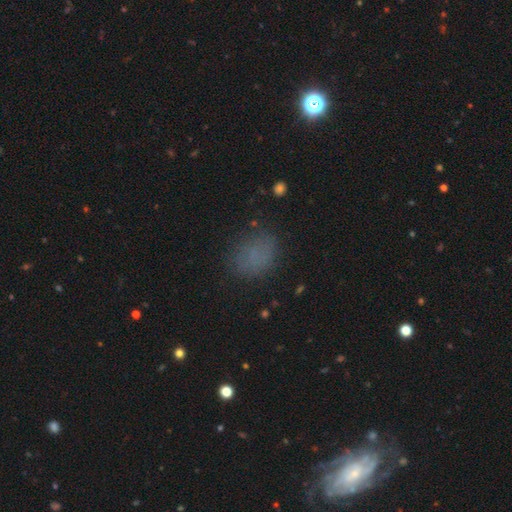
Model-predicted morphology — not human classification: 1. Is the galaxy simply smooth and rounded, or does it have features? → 72% smooth, 20% star or artifact, 8% featured or disk.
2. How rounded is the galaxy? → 51% in between, 47% round, 1% cigar-shaped.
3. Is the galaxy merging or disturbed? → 75% none, 16% minor disturbance, 7% major disturbance, 2% merger.